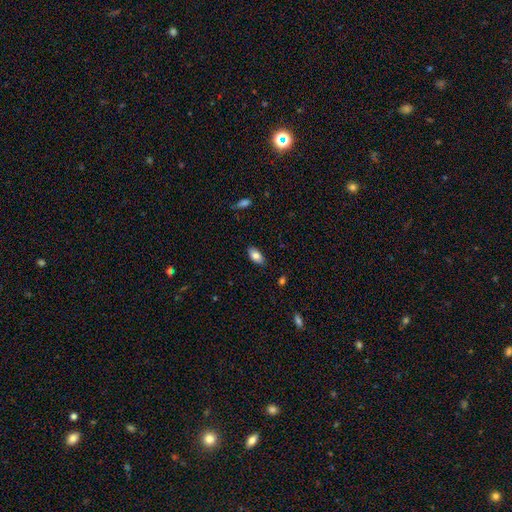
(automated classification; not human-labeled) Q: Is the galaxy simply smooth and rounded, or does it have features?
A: smooth — 82%.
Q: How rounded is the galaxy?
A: in between — 93%.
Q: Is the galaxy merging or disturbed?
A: none — 86%.